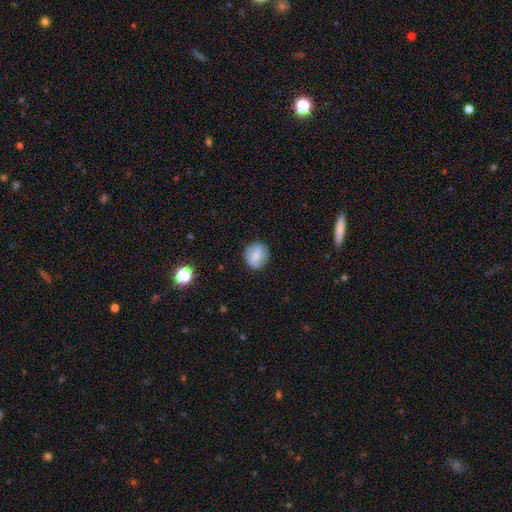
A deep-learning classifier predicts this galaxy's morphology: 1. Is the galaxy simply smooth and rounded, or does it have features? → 61% smooth, 30% featured or disk, 9% star or artifact.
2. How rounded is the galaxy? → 78% round, 21% in between, 1% cigar-shaped.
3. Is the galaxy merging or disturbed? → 76% none, 17% minor disturbance, 6% major disturbance, 2% merger.